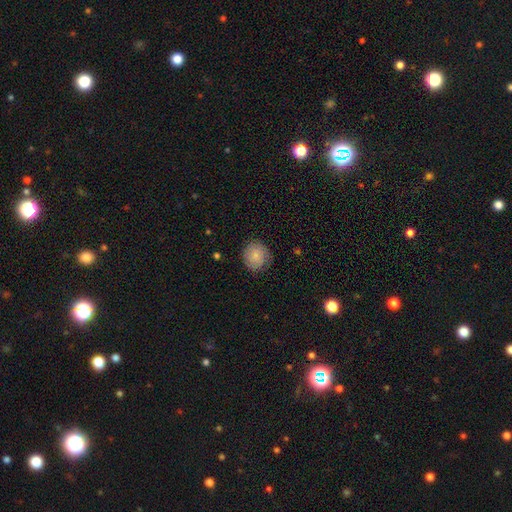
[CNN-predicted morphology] Overall: smooth (81%). How rounded: round (87%). Merging: none (80%).